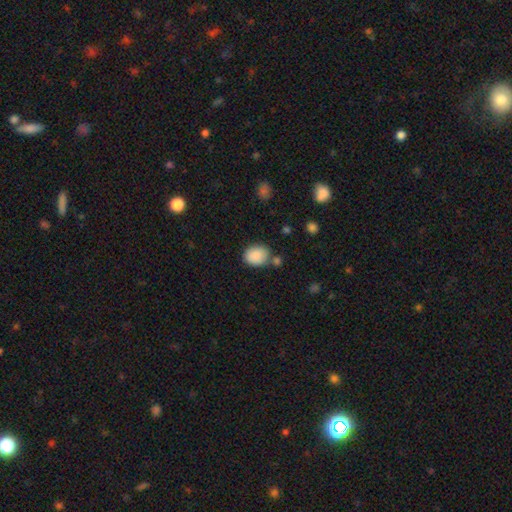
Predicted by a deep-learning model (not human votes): smooth-or-featured: smooth: 87% | star or artifact: 8% | featured or disk: 6%
  how-rounded: in between: 51% | round: 48% | cigar-shaped: 1%
  merging: none: 69% | minor disturbance: 16% | merger: 10% | major disturbance: 4%